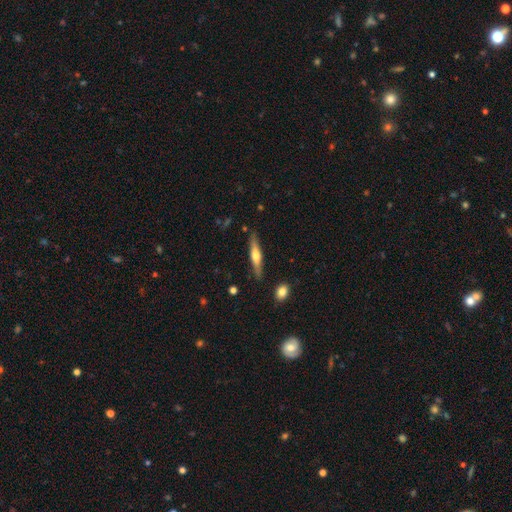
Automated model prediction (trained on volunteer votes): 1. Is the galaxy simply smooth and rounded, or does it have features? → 57% featured or disk, 37% smooth, 6% star or artifact.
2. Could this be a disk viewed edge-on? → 95% yes, 5% no.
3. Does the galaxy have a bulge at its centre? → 89% rounded, 6% none, 5% boxy.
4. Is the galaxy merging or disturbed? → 87% none, 9% minor disturbance, 2% major disturbance, 2% merger.